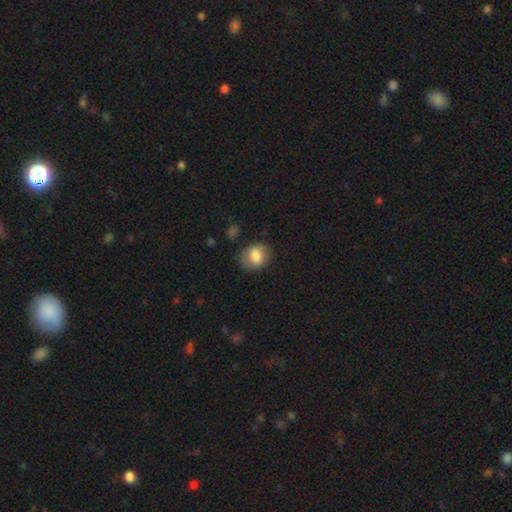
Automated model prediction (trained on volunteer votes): smooth_or_featured: smooth (p=0.76) [alt: featured or disk p=0.16]
how_rounded: in between (p=0.53) [alt: round p=0.46]
merging: none (p=0.75) [alt: minor disturbance p=0.17]